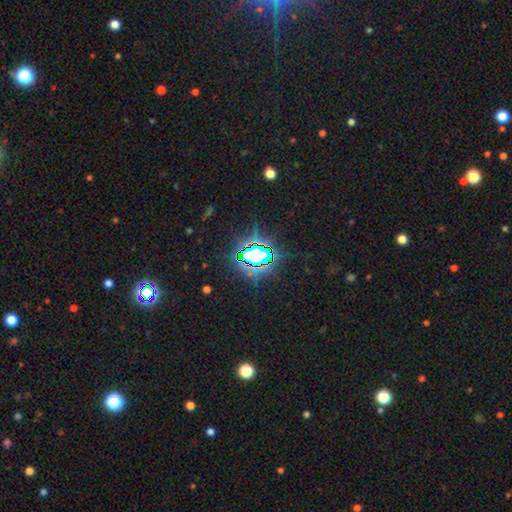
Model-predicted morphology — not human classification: A star or artifact, not a galaxy (74%).

Vote fractions:
- Smooth or featured? star or artifact: 74% / smooth: 15% / featured or disk: 11%